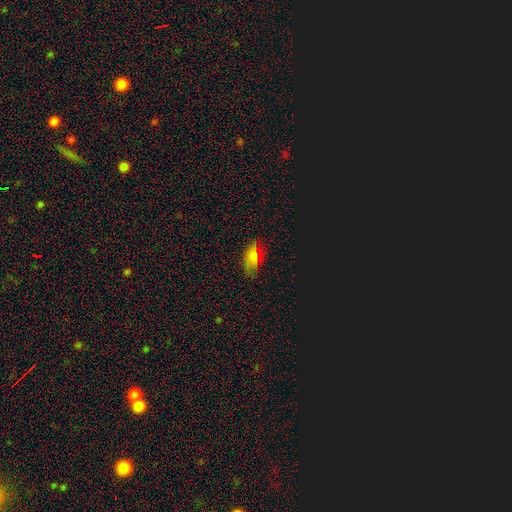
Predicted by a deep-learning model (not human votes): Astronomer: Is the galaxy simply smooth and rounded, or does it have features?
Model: smooth — 66%.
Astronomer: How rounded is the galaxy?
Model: in between — 89%.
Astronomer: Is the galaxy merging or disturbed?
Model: none — 74%.